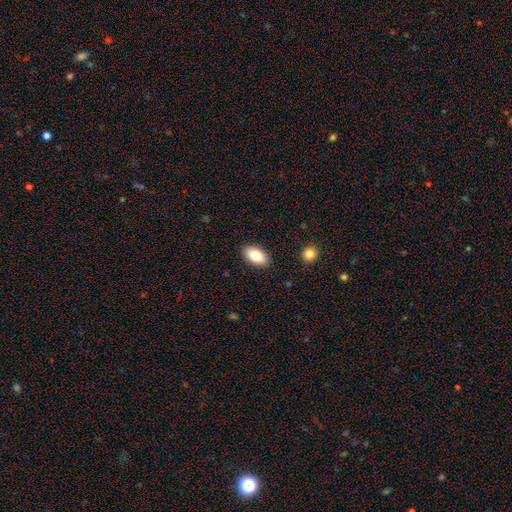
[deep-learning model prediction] Morphology: type=smooth (83%); roundness=in between (93%); merging=none (89%).